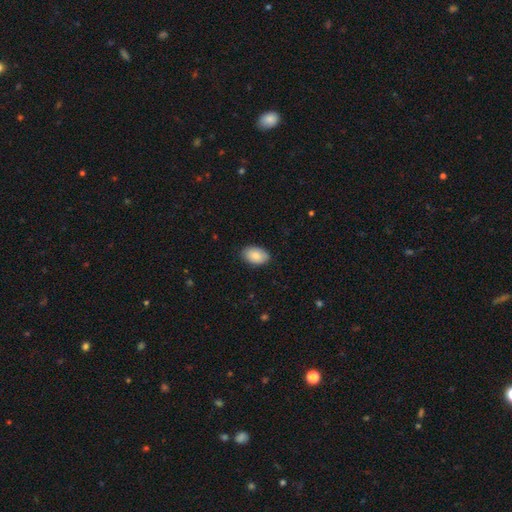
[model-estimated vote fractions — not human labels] Smooth or featured: smooth — 87% (featured or disk — 6%)
How rounded: in between — 91% (round — 8%)
Merging: none — 86% (minor disturbance — 11%)